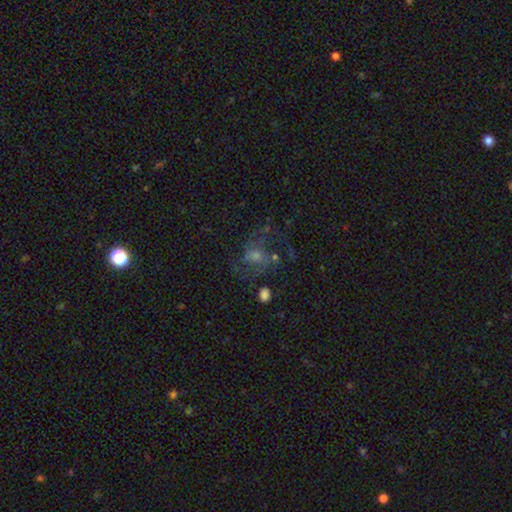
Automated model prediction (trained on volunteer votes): Smooth or featured? Predicted: featured or disk (p=0.57). Edge-on disk? Predicted: no (p=0.97). Bar? Predicted: no (p=0.60). Spiral arms? Predicted: yes (p=0.73). Bulge size? Predicted: small (p=0.43). Merging? Predicted: none (p=0.53).